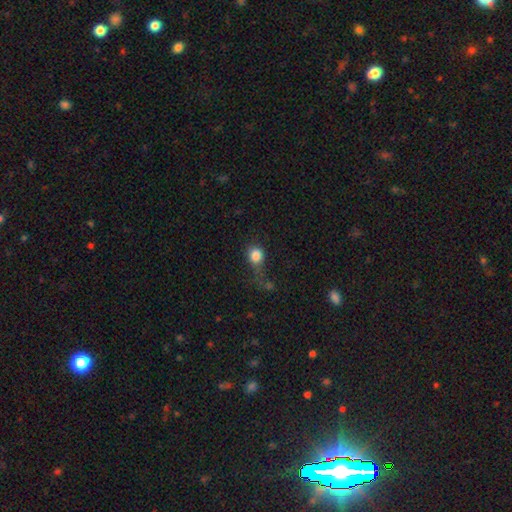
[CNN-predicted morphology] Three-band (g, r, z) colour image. It shows a smooth galaxy with no disk features (83%) that is round (73%). Merging: none (45%).